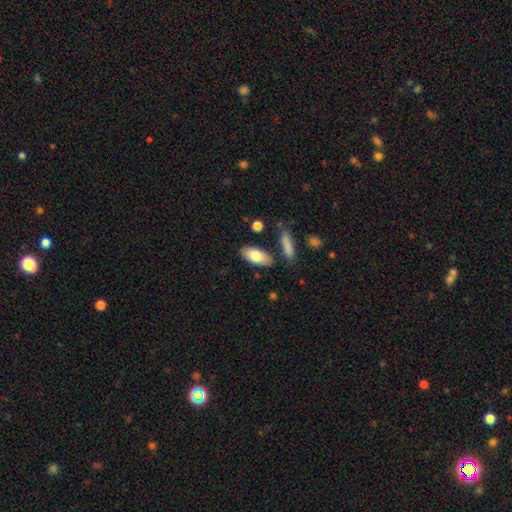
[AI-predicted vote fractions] This appears to be a smooth galaxy with no disk features (79%) that is in between round and cigar-shaped (88%). Merging: none (80%).